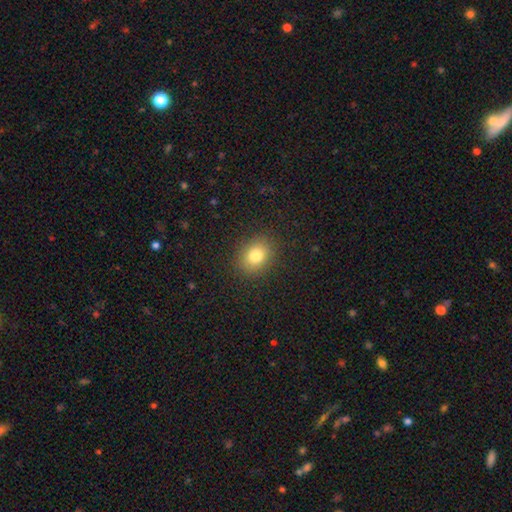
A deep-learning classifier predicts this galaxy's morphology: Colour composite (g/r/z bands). It shows a smooth galaxy with no disk features (81%) that is in between round and cigar-shaped (50%). Merging: none (88%).